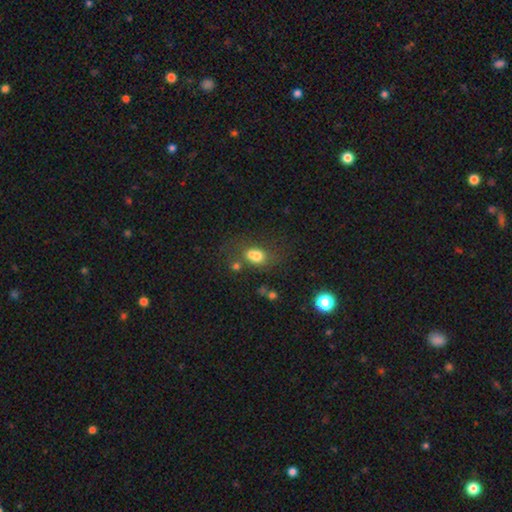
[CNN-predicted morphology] smooth_or_featured: smooth (p=0.72) [alt: featured or disk p=0.15]
how_rounded: in between (p=0.65) [alt: round p=0.33]
merging: none (p=0.39) [alt: merger p=0.31]